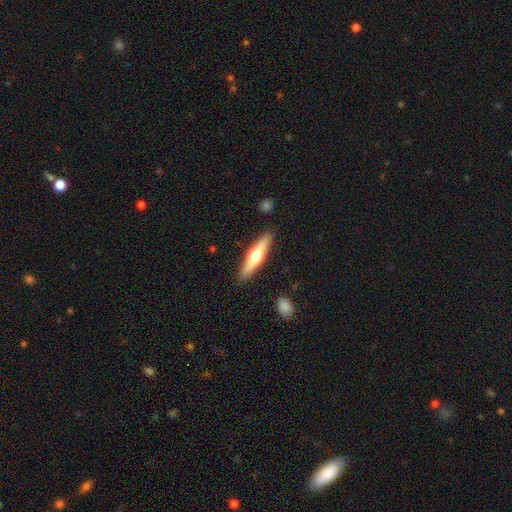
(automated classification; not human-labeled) featured or disk 52%, smooth 43%, star or artifact 5%. Down the decision tree: edge-on disk — yes (94%); merging — none (89%).